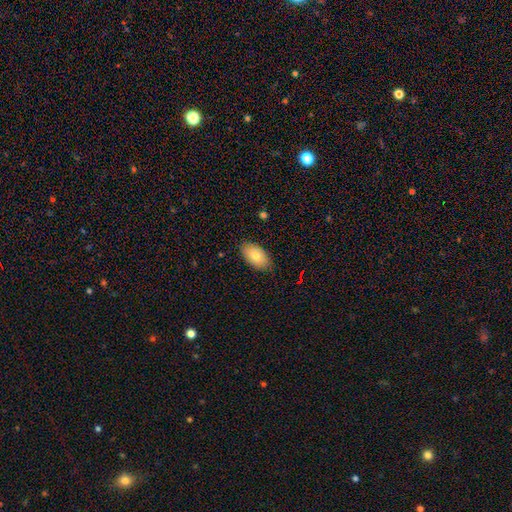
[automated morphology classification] smooth-or-featured: smooth: 79% | featured or disk: 14% | star or artifact: 7%
  how-rounded: in between: 94% | round: 4% | cigar-shaped: 3%
  merging: none: 86% | minor disturbance: 11% | major disturbance: 2% | merger: 1%